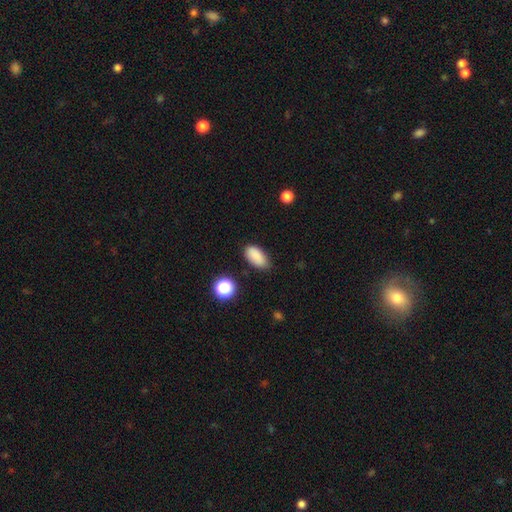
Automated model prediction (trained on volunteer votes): Q: Smooth or featured?
A: smooth (87%); runner-up: star or artifact (9%)
Q: How rounded?
A: in between (92%); runner-up: round (4%)
Q: Merging?
A: none (79%); runner-up: minor disturbance (16%)